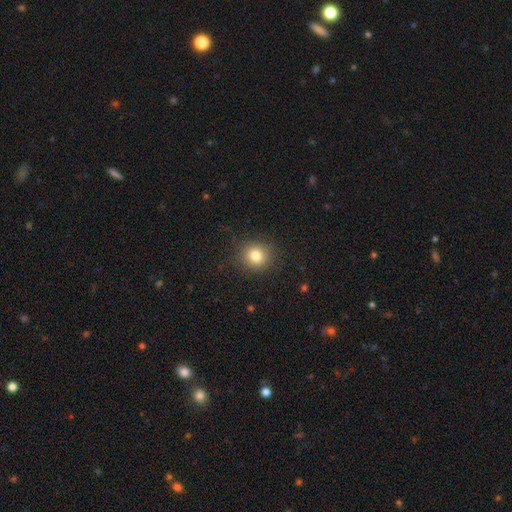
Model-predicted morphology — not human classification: Smooth or featured: smooth — 81% (star or artifact — 12%)
How rounded: round — 89% (in between — 10%)
Merging: none — 88% (minor disturbance — 8%)